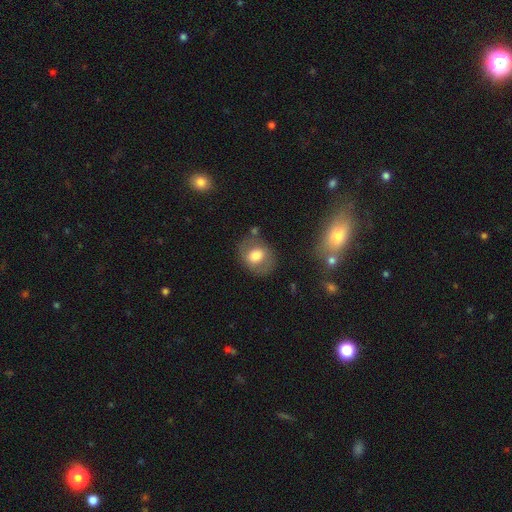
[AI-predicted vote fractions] smooth 67%, featured or disk 25%, star or artifact 8%. Down the decision tree: how rounded — round (54%); merging — none (72%).